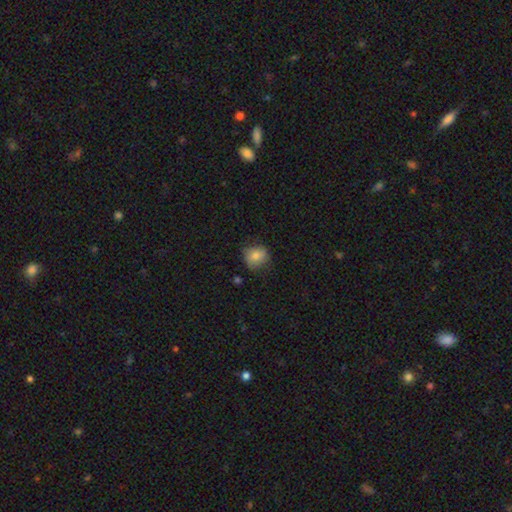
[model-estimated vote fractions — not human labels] Overall: smooth (79%). How rounded: round (78%). Merging: none (72%).